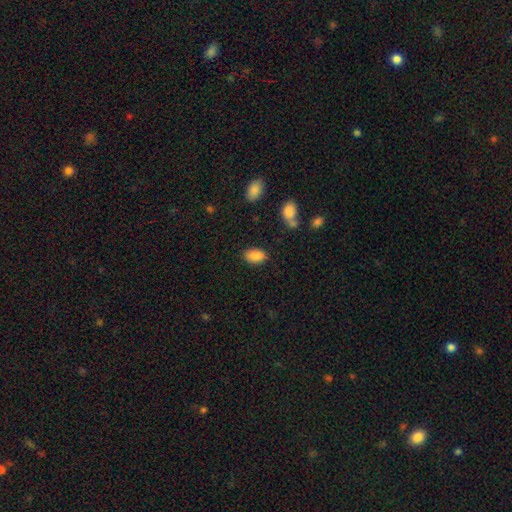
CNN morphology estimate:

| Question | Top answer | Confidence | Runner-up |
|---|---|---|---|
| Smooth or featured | smooth | 88% | star or artifact (8%) |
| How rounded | in between | 90% | round (8%) |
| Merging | none | 81% | minor disturbance (13%) |